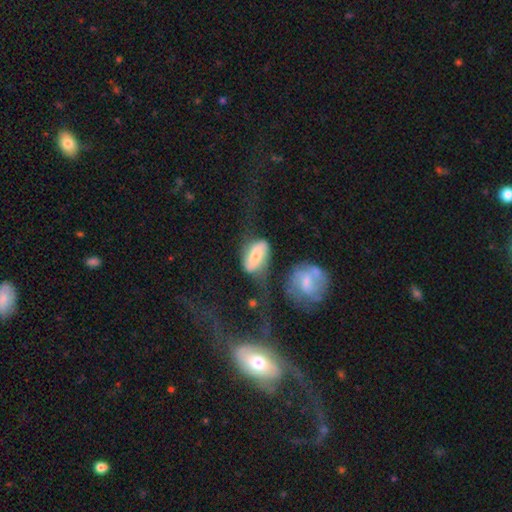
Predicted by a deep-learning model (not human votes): Smooth or featured?
  - smooth: 49% *
  - featured or disk: 43%
  - star or artifact: 8%
Merging?
  - none: 33% *
  - major disturbance: 28%
  - minor disturbance: 23%
  - merger: 16%